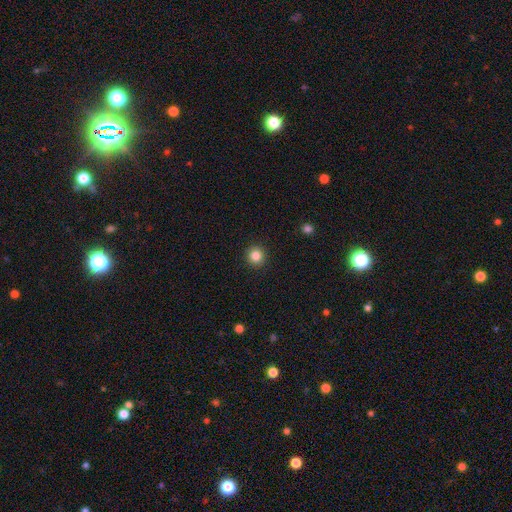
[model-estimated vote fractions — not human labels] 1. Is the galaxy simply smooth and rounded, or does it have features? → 84% smooth, 11% star or artifact, 4% featured or disk.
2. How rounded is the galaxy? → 94% round, 5% in between, 1% cigar-shaped.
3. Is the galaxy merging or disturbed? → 93% none, 5% minor disturbance, 2% major disturbance, 1% merger.